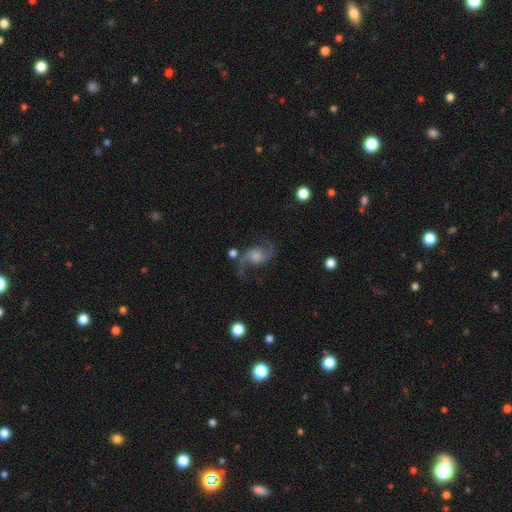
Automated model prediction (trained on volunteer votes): Smooth or featured: featured or disk — 87% (star or artifact — 6%)
Edge-on disk: no — 98% (yes — 2%)
Bar: no — 64% (weak — 30%)
Spiral arms: yes — 97% (no — 3%)
Spiral winding: loose — 68% (medium — 28%)
Spiral arm count: 2 — 94% (1 — 2%)
Bulge size: moderate — 39% (small — 28%)
Merging: none — 72% (minor disturbance — 15%)